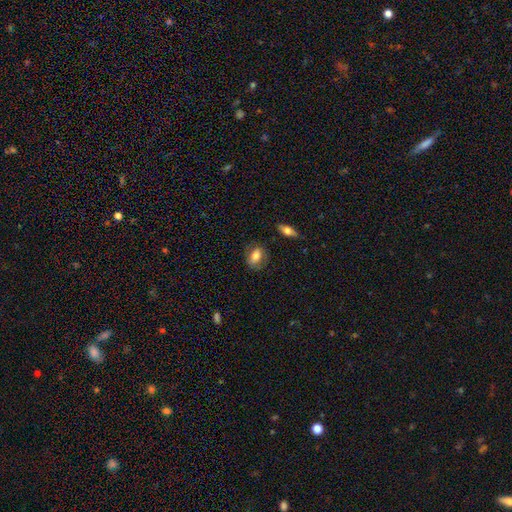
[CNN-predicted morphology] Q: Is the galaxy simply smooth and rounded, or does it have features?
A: smooth — 72%.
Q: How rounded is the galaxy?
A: in between — 78%.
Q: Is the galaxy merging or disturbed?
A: none — 76%.